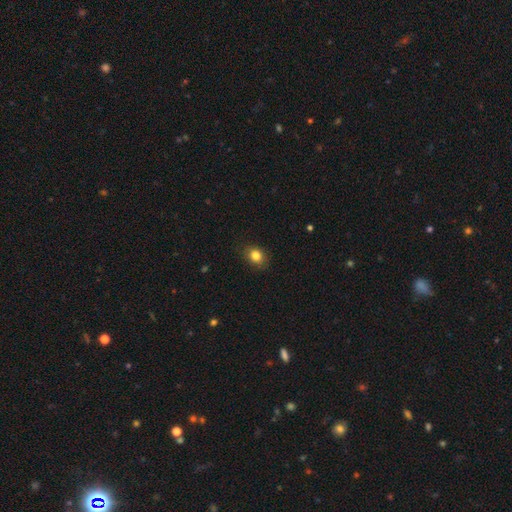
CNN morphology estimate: Q: Smooth or featured?
A: smooth (84%); runner-up: star or artifact (11%)
Q: How rounded?
A: round (50%); runner-up: in between (49%)
Q: Merging?
A: none (85%); runner-up: minor disturbance (12%)